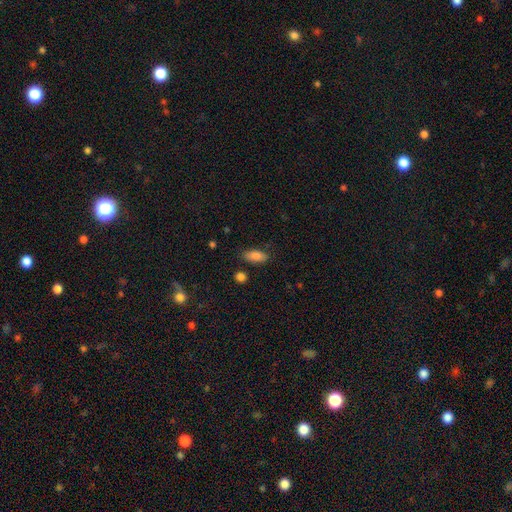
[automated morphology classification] smooth_or_featured: smooth (p=0.85) [alt: star or artifact p=0.08]
how_rounded: in between (p=0.83) [alt: cigar-shaped p=0.14]
merging: none (p=0.81) [alt: minor disturbance p=0.13]